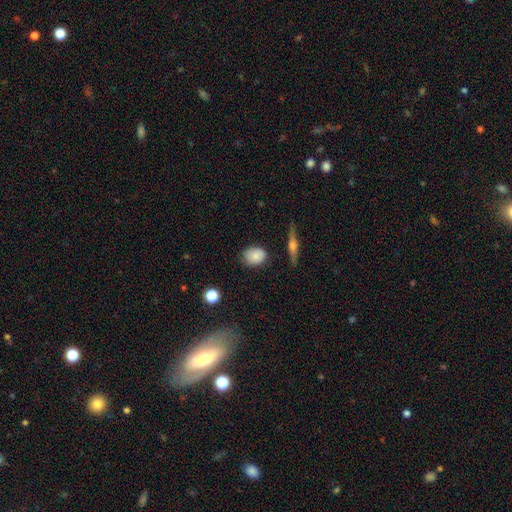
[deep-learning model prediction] smooth-or-featured: smooth: 80% | featured or disk: 12% | star or artifact: 8%
  how-rounded: in between: 52% | round: 46% | cigar-shaped: 2%
  merging: none: 75% | minor disturbance: 19% | major disturbance: 4% | merger: 2%